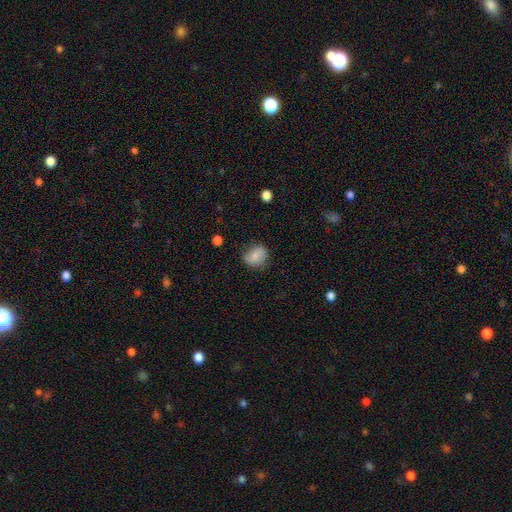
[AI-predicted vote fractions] Smooth or featured? smooth (69%)
How rounded? round (59%)
Merging? none (73%)